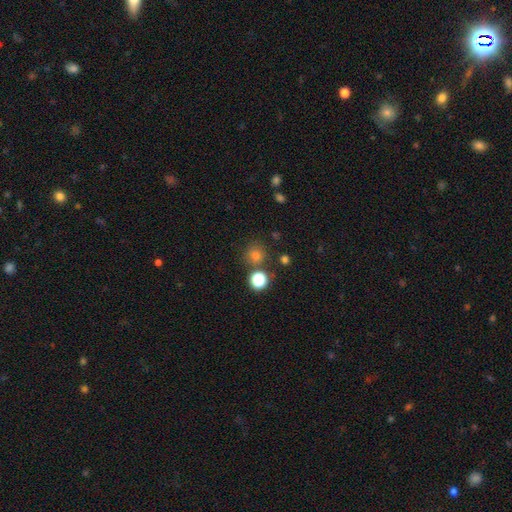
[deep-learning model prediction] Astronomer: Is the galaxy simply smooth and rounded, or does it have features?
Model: smooth — 72%.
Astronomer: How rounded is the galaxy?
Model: round — 91%.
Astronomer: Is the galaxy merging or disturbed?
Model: none — 78%.